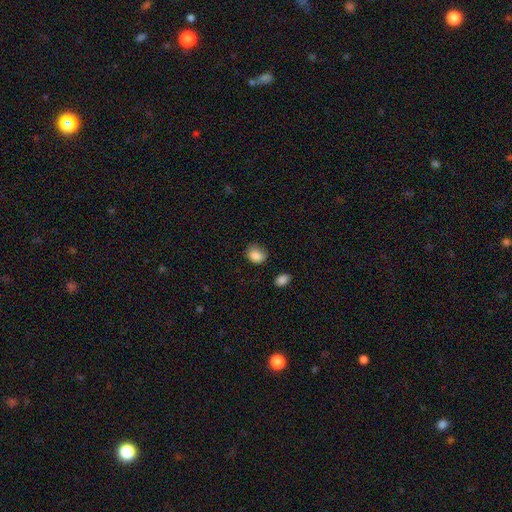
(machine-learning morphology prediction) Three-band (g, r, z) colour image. It shows a smooth galaxy with no disk features (86%) that is round (51%). Merging: none (64%).